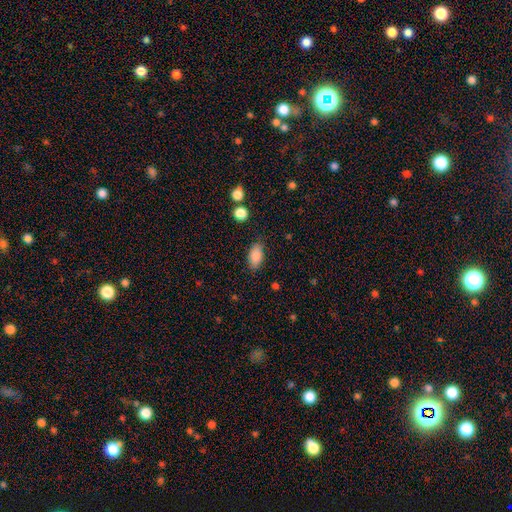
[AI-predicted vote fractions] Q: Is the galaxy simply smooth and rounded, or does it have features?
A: smooth — 86%.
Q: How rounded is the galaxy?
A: in between — 91%.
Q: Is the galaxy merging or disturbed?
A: none — 83%.